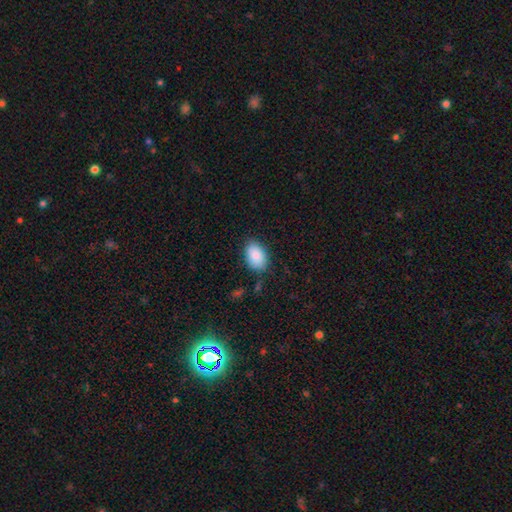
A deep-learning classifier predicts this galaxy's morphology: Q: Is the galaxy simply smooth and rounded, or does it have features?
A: smooth — 89%.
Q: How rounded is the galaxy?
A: in between — 89%.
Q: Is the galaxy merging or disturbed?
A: none — 81%.